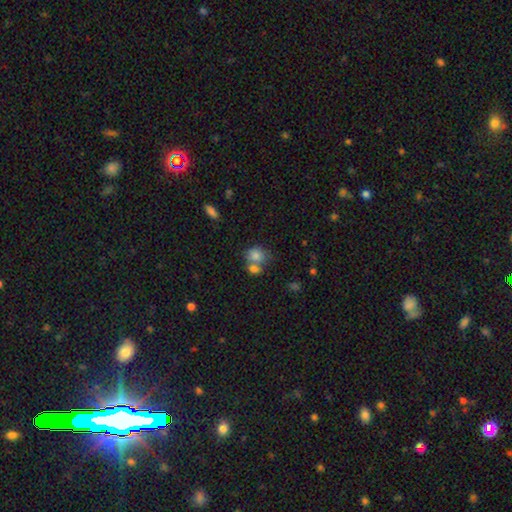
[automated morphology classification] smooth-or-featured: smooth: 80% | featured or disk: 10% | star or artifact: 9%
  how-rounded: round: 66% | in between: 33% | cigar-shaped: 1%
  merging: merger: 48% | none: 37% | minor disturbance: 10% | major disturbance: 4%